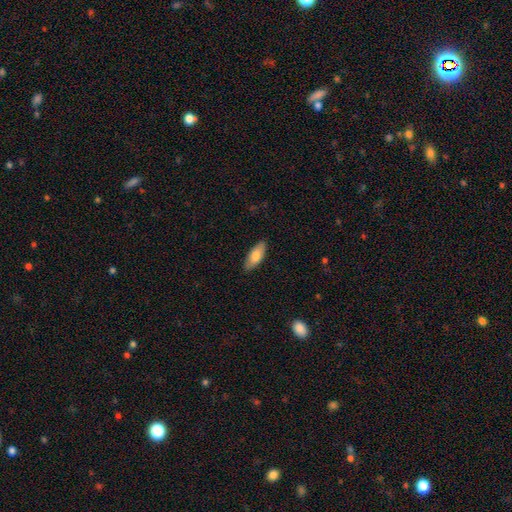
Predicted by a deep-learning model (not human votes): smooth-or-featured: smooth: 79% | featured or disk: 15% | star or artifact: 6%
  how-rounded: in between: 77% | cigar-shaped: 21% | round: 2%
  merging: none: 87% | minor disturbance: 10% | major disturbance: 2% | merger: 1%